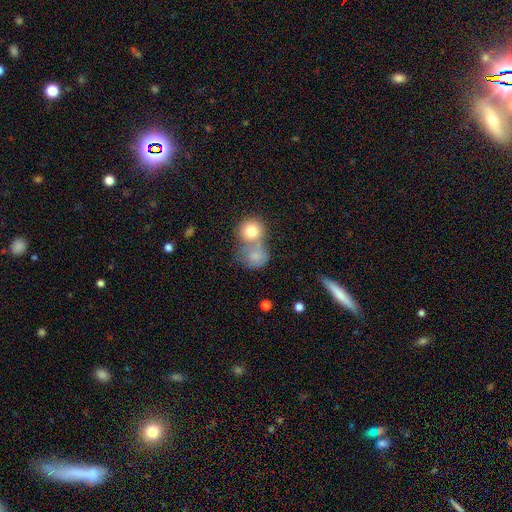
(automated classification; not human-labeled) Smooth or featured?
  - smooth: 77% *
  - featured or disk: 14%
  - star or artifact: 9%
How rounded?
  - round: 71% *
  - in between: 28%
  - cigar-shaped: 1%
Merging?
  - merger: 59% *
  - none: 24%
  - minor disturbance: 9%
  - major disturbance: 7%